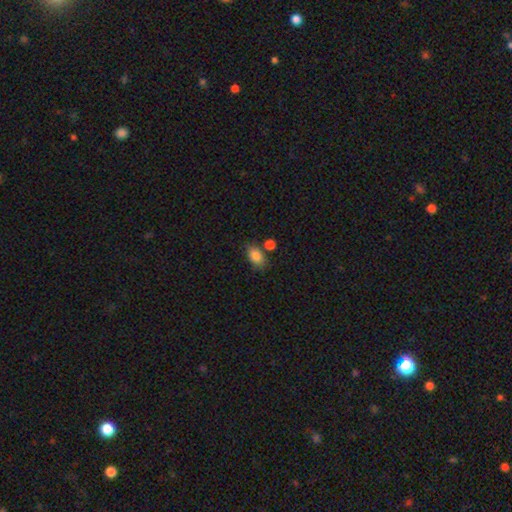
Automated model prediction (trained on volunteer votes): Smooth or featured? Predicted: smooth (p=0.85). How rounded? Predicted: in between (p=0.87). Merging? Predicted: none (p=0.68).